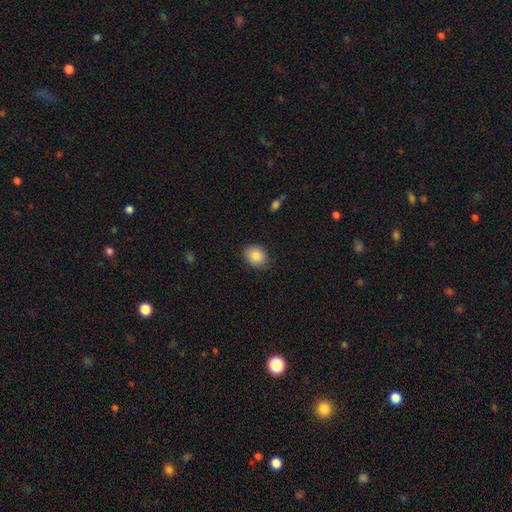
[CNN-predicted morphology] The model was most divided on "how rounded": round: 51%, in between: 49%, cigar-shaped: 1%. More confident: smooth or featured — smooth (86%); merging — none (83%).